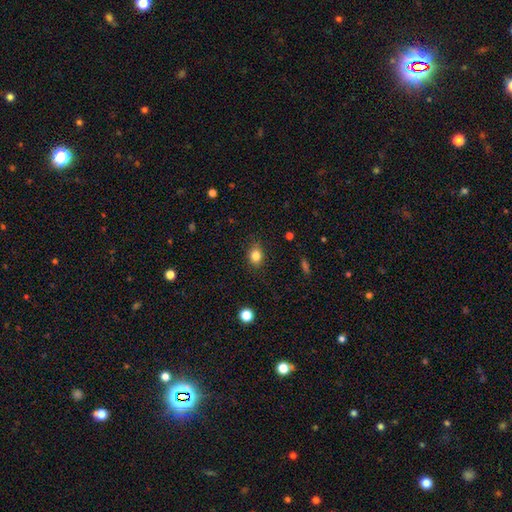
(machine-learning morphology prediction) smooth_or_featured: smooth (p=0.84) [alt: star or artifact p=0.10]
how_rounded: in between (p=0.56) [alt: round p=0.42]
merging: none (p=0.82) [alt: minor disturbance p=0.13]